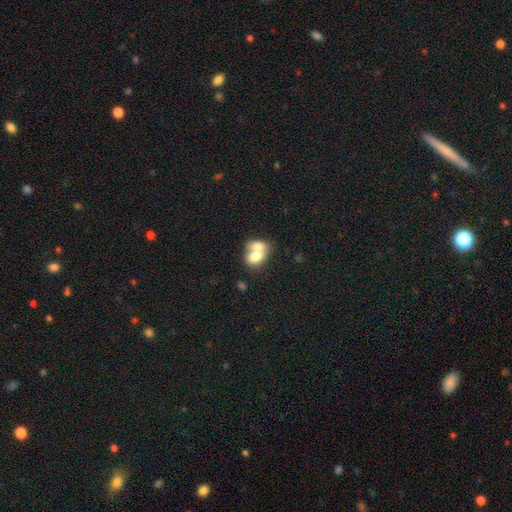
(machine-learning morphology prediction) type=smooth (71%); roundness=in between (67%); merging=merger (73%).